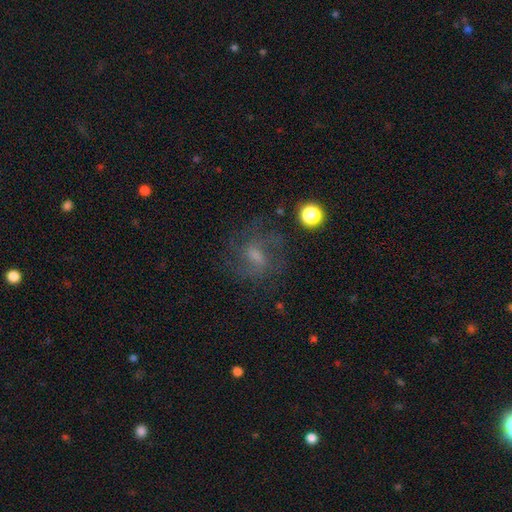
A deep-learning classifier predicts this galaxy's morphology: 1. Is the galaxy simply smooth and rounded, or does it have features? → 59% featured or disk, 26% smooth, 16% star or artifact.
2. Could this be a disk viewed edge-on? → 96% no, 4% yes.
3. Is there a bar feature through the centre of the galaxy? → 52% weak, 34% no, 14% strong.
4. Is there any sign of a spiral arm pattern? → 82% yes, 18% no.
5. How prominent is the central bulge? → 37% moderate, 32% small, 23% none, 7% large, 2% dominant.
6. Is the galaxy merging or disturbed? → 65% none, 17% minor disturbance, 16% major disturbance, 2% merger.